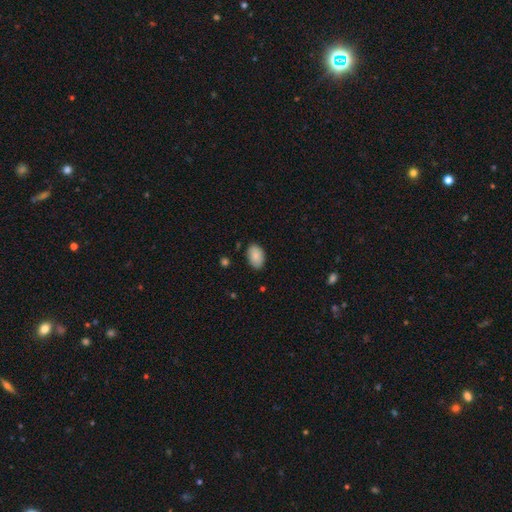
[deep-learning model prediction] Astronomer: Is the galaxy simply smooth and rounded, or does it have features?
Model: smooth — 88%.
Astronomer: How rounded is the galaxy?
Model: in between — 92%.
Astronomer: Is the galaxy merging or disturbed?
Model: none — 85%.